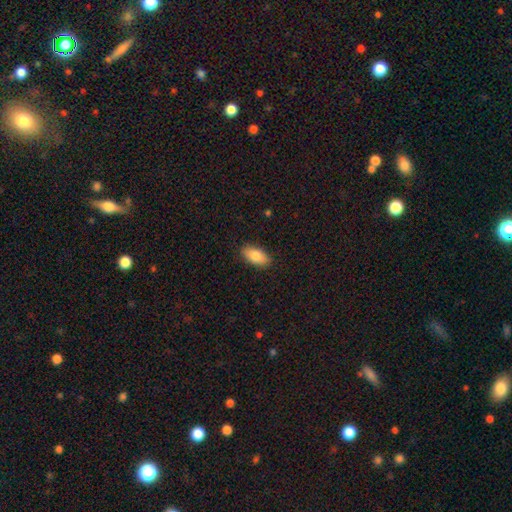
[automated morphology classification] Smooth or featured? Predicted: smooth (p=0.83). How rounded? Predicted: in between (p=0.91). Merging? Predicted: none (p=0.89).